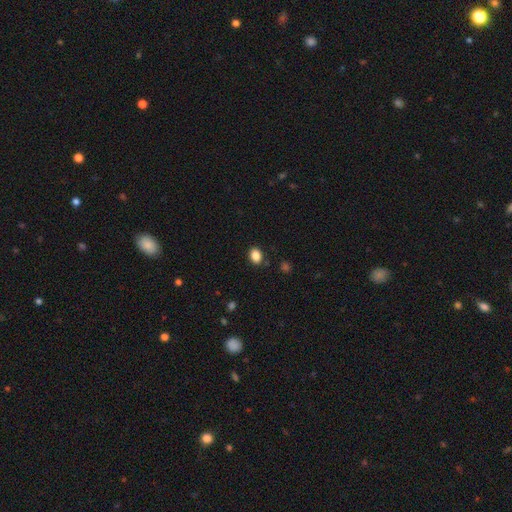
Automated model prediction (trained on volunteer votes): smooth-or-featured: smooth: 86% | star or artifact: 10% | featured or disk: 4%
  how-rounded: in between: 65% | round: 33% | cigar-shaped: 1%
  merging: none: 86% | minor disturbance: 9% | major disturbance: 2% | merger: 2%